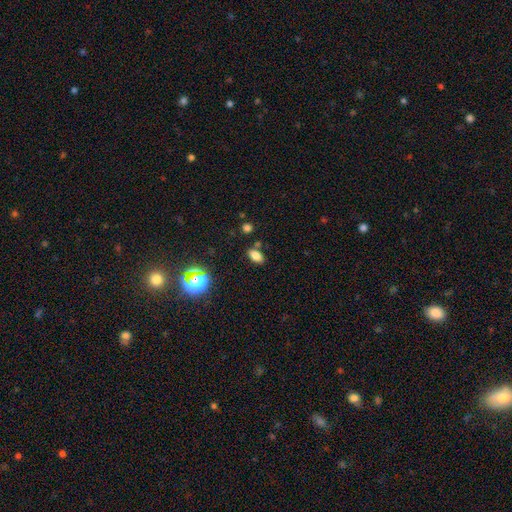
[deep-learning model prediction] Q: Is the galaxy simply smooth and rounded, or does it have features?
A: smooth — 76%.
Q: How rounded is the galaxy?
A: in between — 87%.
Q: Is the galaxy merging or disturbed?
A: none — 79%.